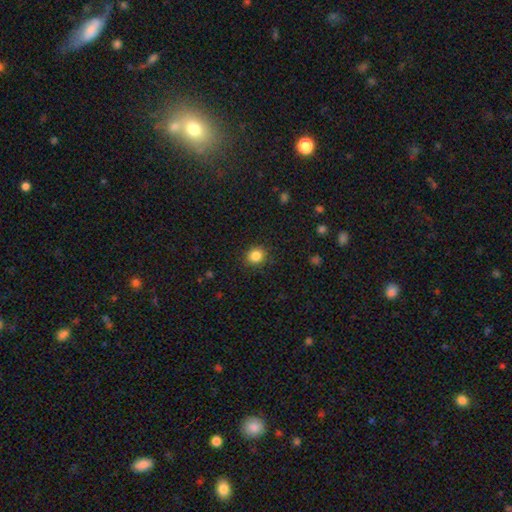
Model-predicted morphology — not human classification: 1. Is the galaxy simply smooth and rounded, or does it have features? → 85% smooth, 11% star or artifact, 4% featured or disk.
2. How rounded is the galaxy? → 83% round, 16% in between, 1% cigar-shaped.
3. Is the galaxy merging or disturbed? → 89% none, 8% minor disturbance, 3% major disturbance, 1% merger.